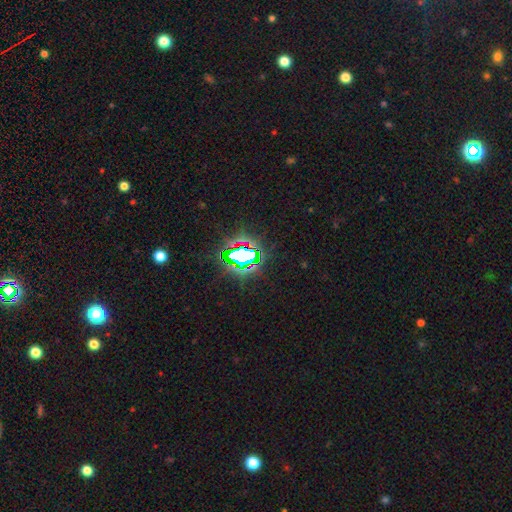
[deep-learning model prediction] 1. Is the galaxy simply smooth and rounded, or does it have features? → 81% star or artifact, 12% smooth, 7% featured or disk.